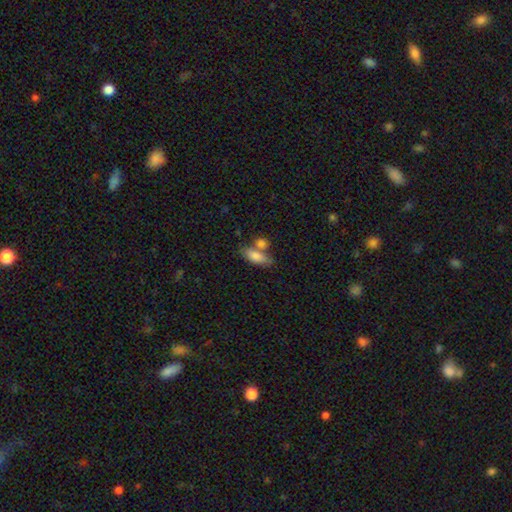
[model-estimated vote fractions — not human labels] Smooth or featured: smooth — 82% (featured or disk — 11%)
How rounded: in between — 77% (cigar-shaped — 19%)
Merging: none — 47% (merger — 35%)